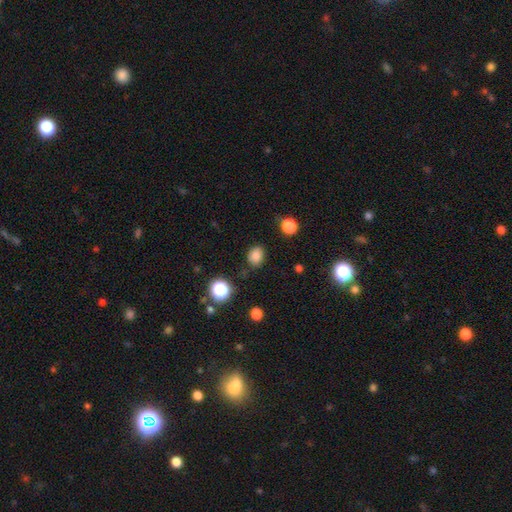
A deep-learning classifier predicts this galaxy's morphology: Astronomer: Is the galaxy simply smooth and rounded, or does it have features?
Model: smooth — 82%.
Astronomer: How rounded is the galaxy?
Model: in between — 51% (runner-up: round, 48%).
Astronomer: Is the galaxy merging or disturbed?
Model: none — 81%.